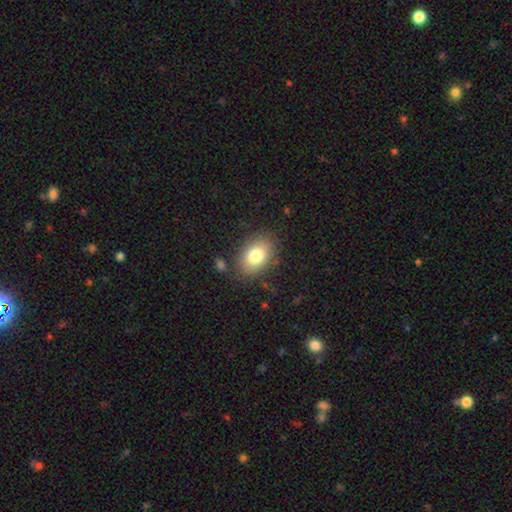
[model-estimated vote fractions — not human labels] smooth-or-featured: smooth: 80% | featured or disk: 12% | star or artifact: 8%
  how-rounded: in between: 83% | round: 16% | cigar-shaped: 1%
  merging: none: 81% | minor disturbance: 12% | major disturbance: 4% | merger: 3%